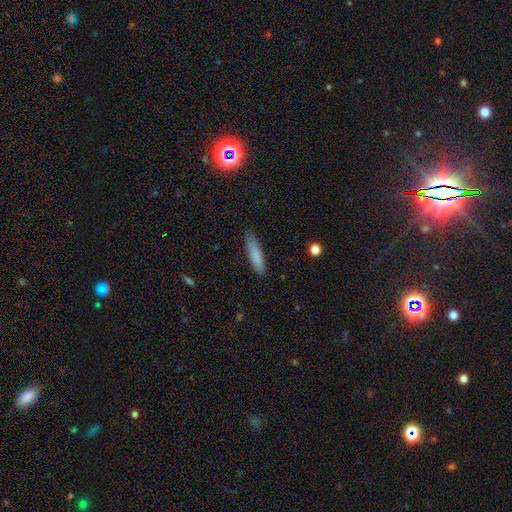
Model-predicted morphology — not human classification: smooth-or-featured: smooth: 82% | featured or disk: 11% | star or artifact: 7%
  how-rounded: cigar-shaped: 81% | in between: 18% | round: 1%
  merging: none: 81% | minor disturbance: 15% | major disturbance: 3% | merger: 1%